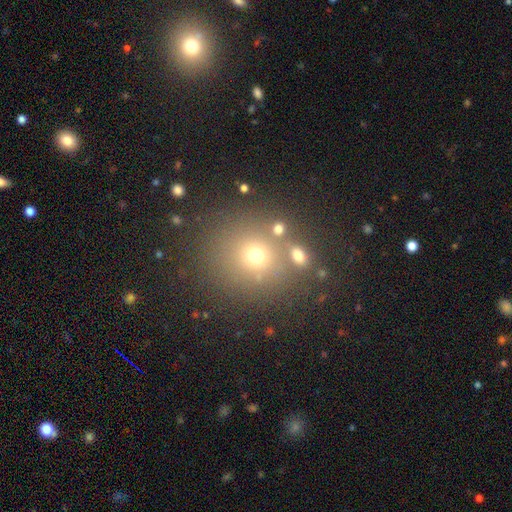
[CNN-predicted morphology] Overall: smooth (63%; star or artifact 25%). How rounded: round (85%). Merging: none (72%).